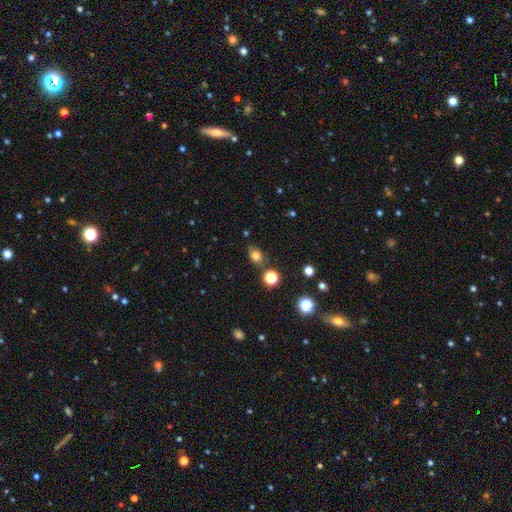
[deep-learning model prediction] A smooth galaxy with no disk features (78%) that is in between round and cigar-shaped (59%).

Vote fractions:
- Smooth or featured? smooth: 78% / star or artifact: 16% / featured or disk: 6%
- How rounded? in between: 59% / round: 39% / cigar-shaped: 2%
- Merging? none: 75% / minor disturbance: 14% / merger: 6% / major disturbance: 4%